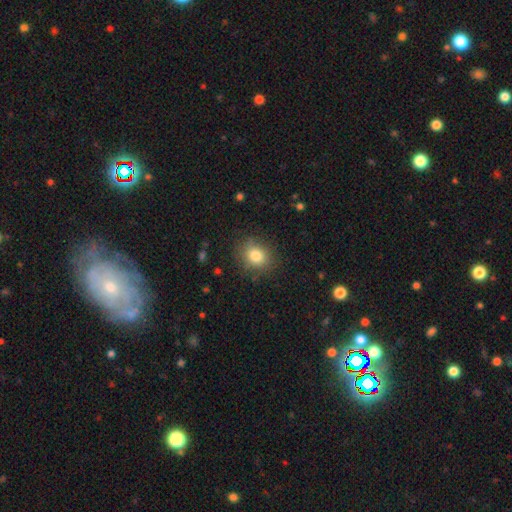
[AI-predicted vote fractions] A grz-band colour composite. It shows a smooth galaxy with no disk features (82%) that is round (65%). Merging: none (84%).